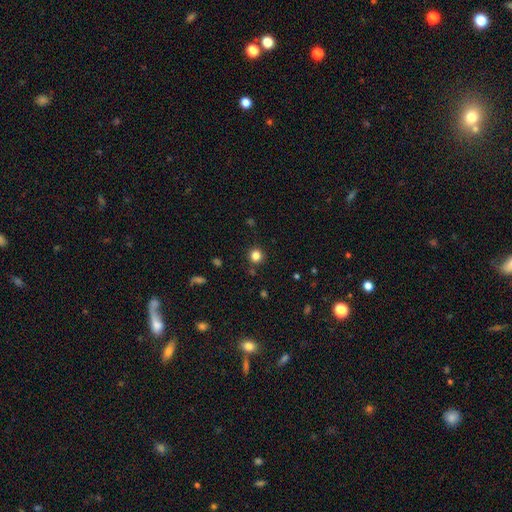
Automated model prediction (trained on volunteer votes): smooth 82%, star or artifact 13%, featured or disk 4%. Down the decision tree: how rounded — round (93%); merging — none (88%).